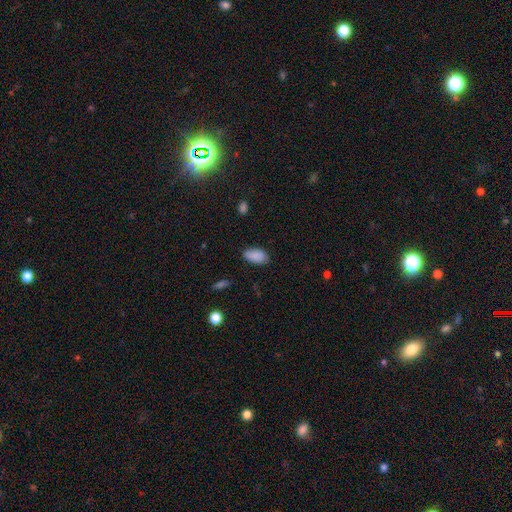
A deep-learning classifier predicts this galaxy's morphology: Overall: smooth (88%). How rounded: in between (94%). Merging: none (82%).